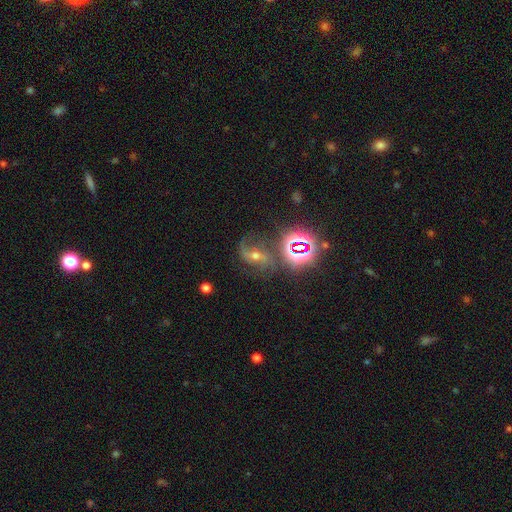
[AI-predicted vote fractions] Smooth or featured? Predicted: featured or disk (p=0.63). Edge-on disk? Predicted: no (p=0.95). Bar? Predicted: no (p=0.35). Spiral arms? Predicted: yes (p=0.92). Spiral winding? Predicted: loose (p=0.59). Spiral arm count? Predicted: 2 (p=0.80). Bulge size? Predicted: moderate (p=0.61). Merging? Predicted: none (p=0.61).